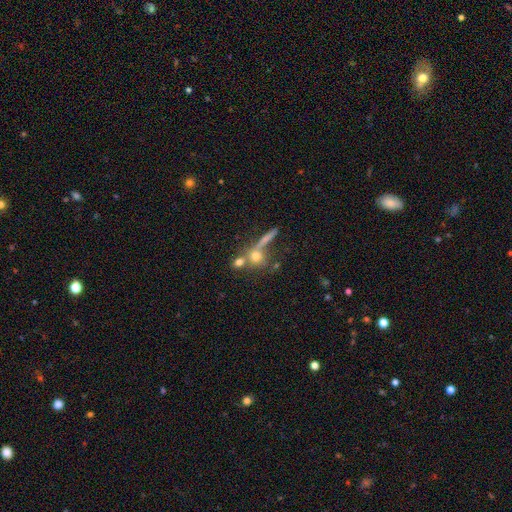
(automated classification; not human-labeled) Morphology: type=smooth (58%); roundness=round (71%); merging=none (45%).